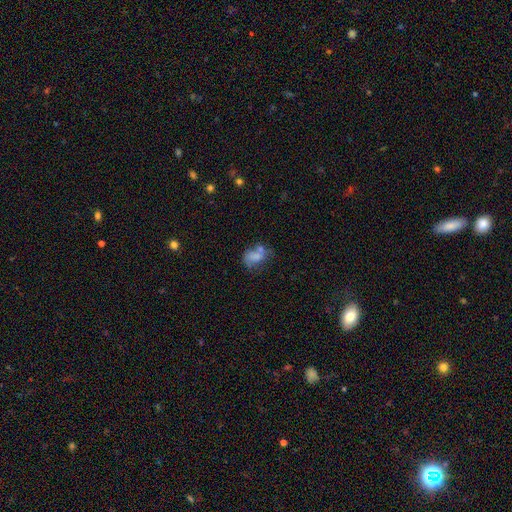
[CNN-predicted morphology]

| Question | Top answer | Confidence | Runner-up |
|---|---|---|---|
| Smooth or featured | smooth | 59% | featured or disk (30%) |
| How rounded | in between | 74% | round (24%) |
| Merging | merger | 33% | none (26%) |